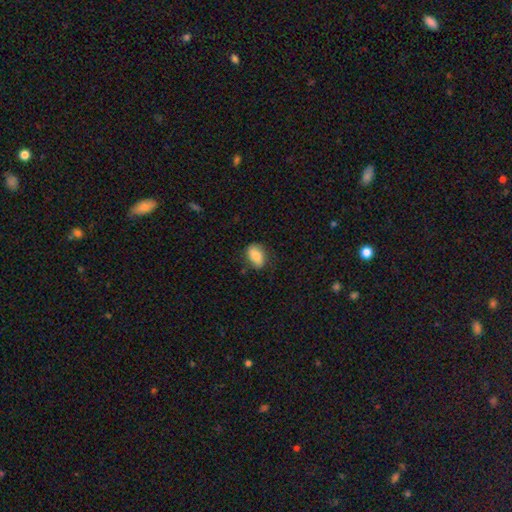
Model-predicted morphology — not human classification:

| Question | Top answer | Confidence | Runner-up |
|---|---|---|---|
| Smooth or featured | smooth | 78% | featured or disk (15%) |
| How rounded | in between | 84% | round (13%) |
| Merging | none | 74% | minor disturbance (20%) |